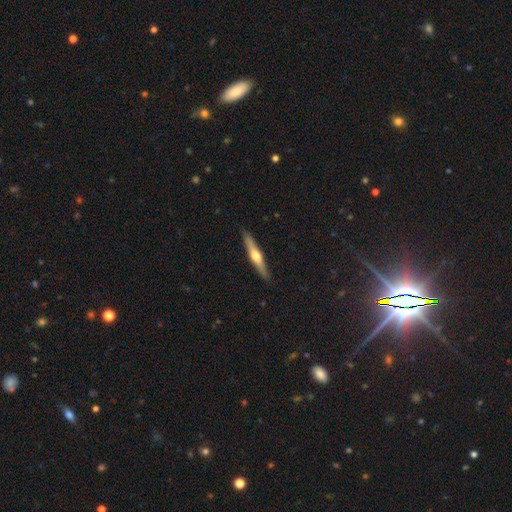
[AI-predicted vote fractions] smooth-or-featured: featured or disk: 63% | smooth: 32% | star or artifact: 5%
  disk-edge-on: yes: 96% | no: 4%
    edge-on-bulge: rounded: 91% | none: 5% | boxy: 4%
  merging: none: 90% | minor disturbance: 7% | major disturbance: 1% | merger: 1%